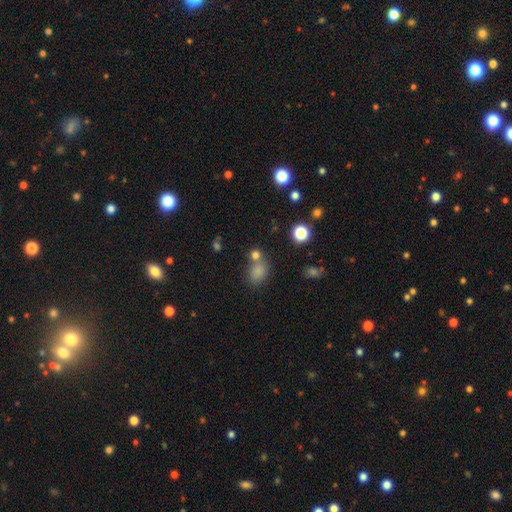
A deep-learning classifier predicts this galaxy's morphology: Smooth or featured? Predicted: smooth (p=0.75). How rounded? Predicted: round (p=0.54). Merging? Predicted: none (p=0.57).